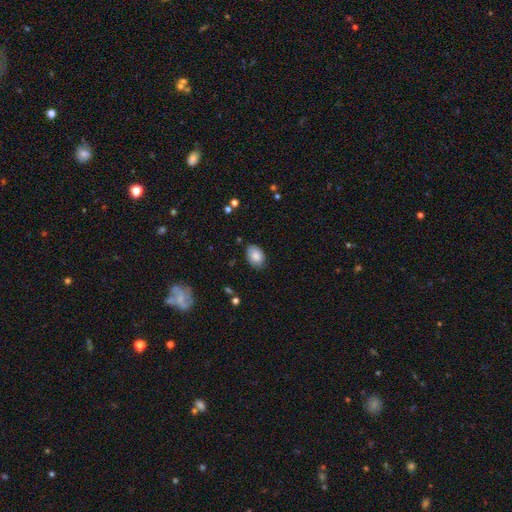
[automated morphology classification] type=smooth (84%); roundness=in between (82%); merging=none (77%).